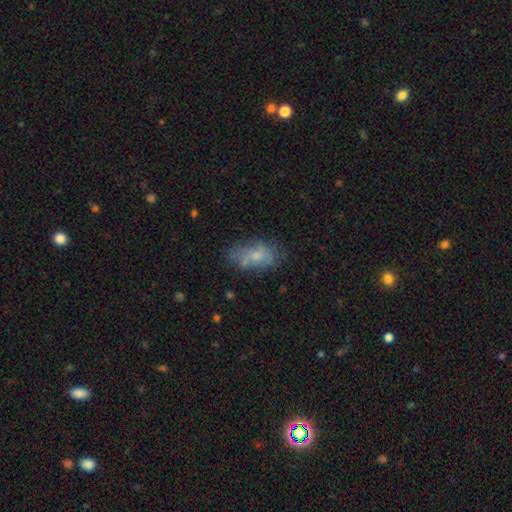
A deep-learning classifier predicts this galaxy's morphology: smooth_or_featured: smooth (p=0.64) [alt: featured or disk p=0.26]
how_rounded: in between (p=0.87) [alt: cigar-shaped p=0.06]
merging: none (p=0.55) [alt: minor disturbance p=0.26]